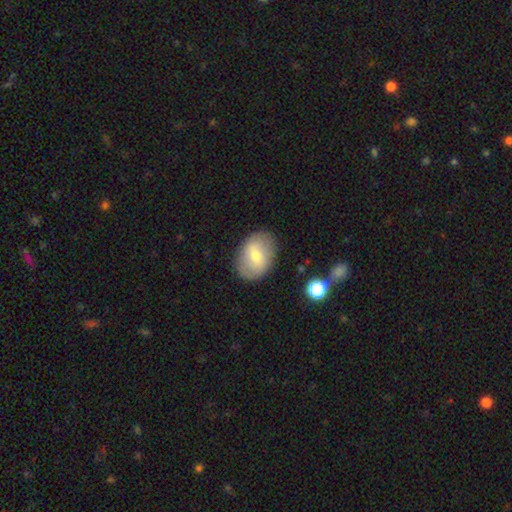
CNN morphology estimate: type=smooth (64%); roundness=in between (77%); merging=none (82%).